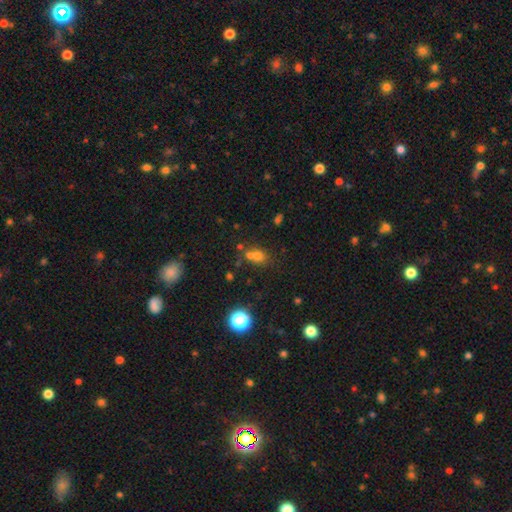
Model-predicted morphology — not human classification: Smooth or featured? smooth (60%)
How rounded? round (61%)
Merging? merger (44%)